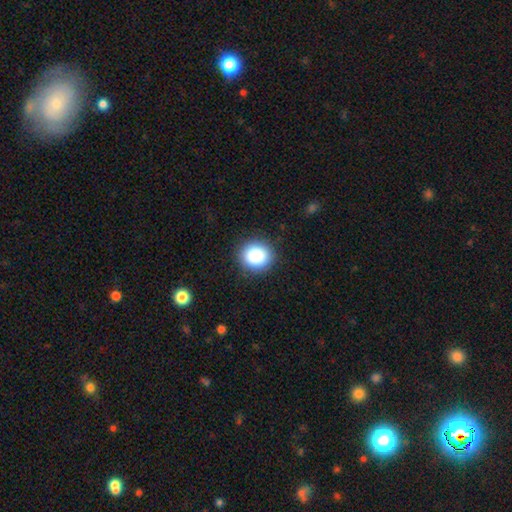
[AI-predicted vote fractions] Overall: smooth (87%). How rounded: round (86%). Merging: none (90%).